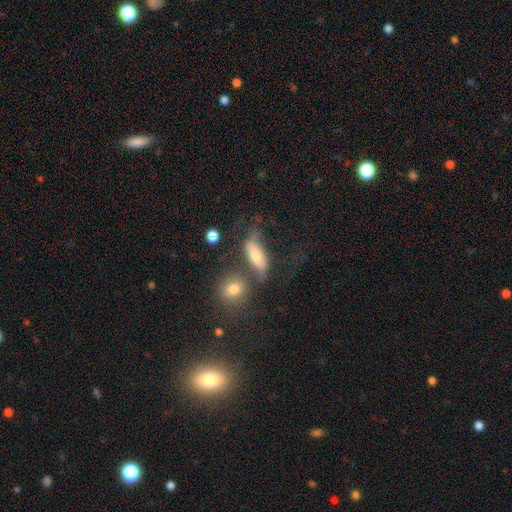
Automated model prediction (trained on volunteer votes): smooth_or_featured: smooth (p=0.56) [alt: featured or disk p=0.33]
how_rounded: in between (p=0.57) [alt: cigar-shaped p=0.37]
merging: none (p=0.35) [alt: merger p=0.25]